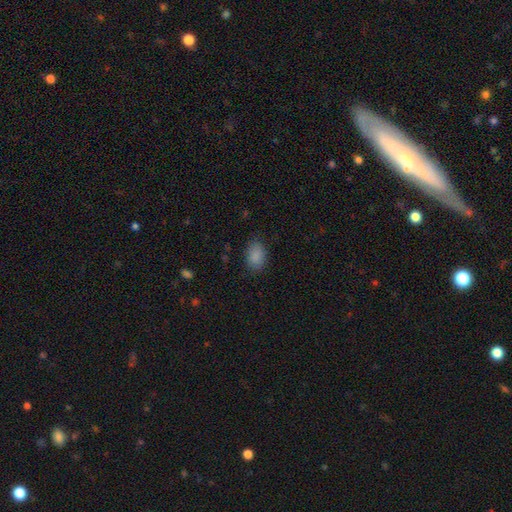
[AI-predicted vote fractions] smooth_or_featured: smooth (p=0.88) [alt: star or artifact p=0.09]
how_rounded: in between (p=0.85) [alt: round p=0.14]
merging: none (p=0.83) [alt: minor disturbance p=0.12]